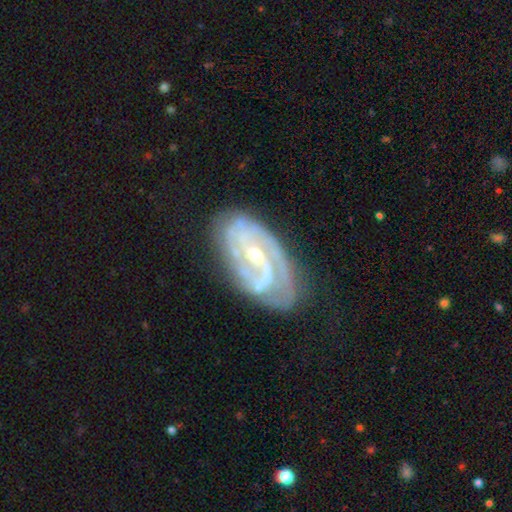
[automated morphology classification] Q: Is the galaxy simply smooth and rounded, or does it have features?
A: featured or disk — 88%.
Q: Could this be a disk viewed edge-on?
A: no — 96%.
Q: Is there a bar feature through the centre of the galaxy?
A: no — 43%.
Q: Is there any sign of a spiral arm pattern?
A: yes — 95%.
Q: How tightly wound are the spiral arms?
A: tight — 46%.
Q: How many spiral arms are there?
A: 2 — 53%.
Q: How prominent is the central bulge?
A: small — 51%.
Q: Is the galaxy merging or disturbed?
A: none — 67%.